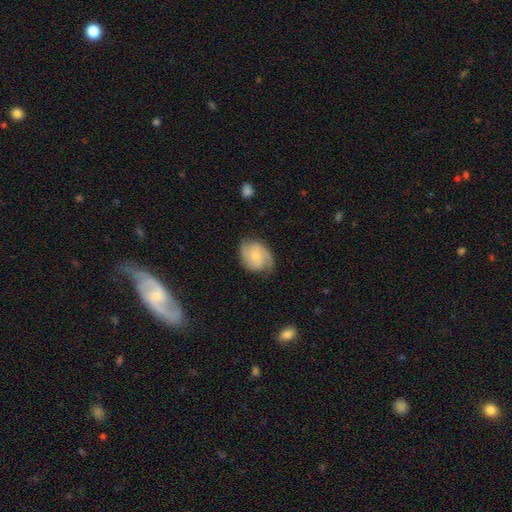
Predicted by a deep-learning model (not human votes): This appears to be a featured or disk galaxy (60%) with no bar (70%), 2 (65%) medium (43%) spiral arms (91%) and a small central bulge (59%). Merging: none (70%).